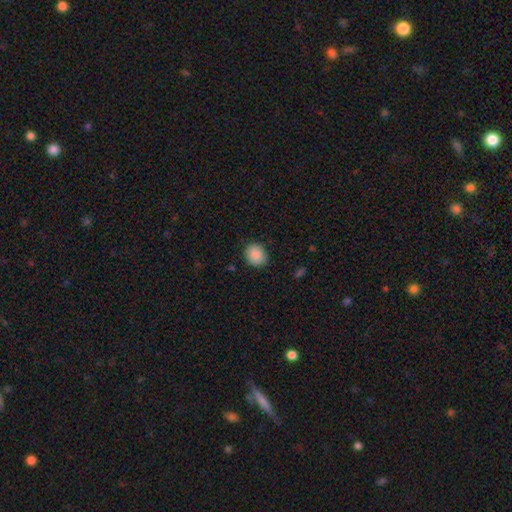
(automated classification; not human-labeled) smooth 89%, star or artifact 8%, featured or disk 3%. Down the decision tree: how rounded — round (68%); merging — none (87%).